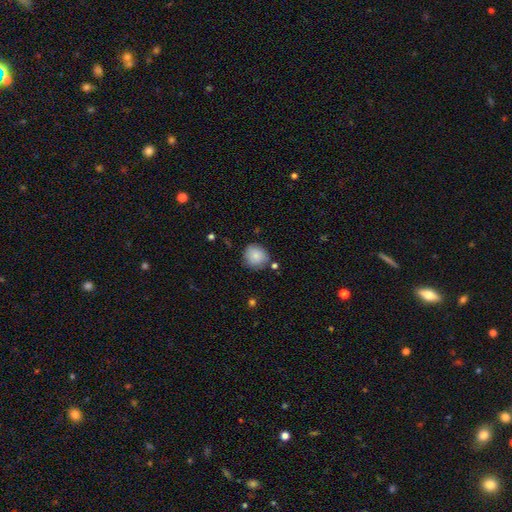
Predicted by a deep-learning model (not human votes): Overall: smooth (85%). How rounded: round (87%). Merging: none (78%).